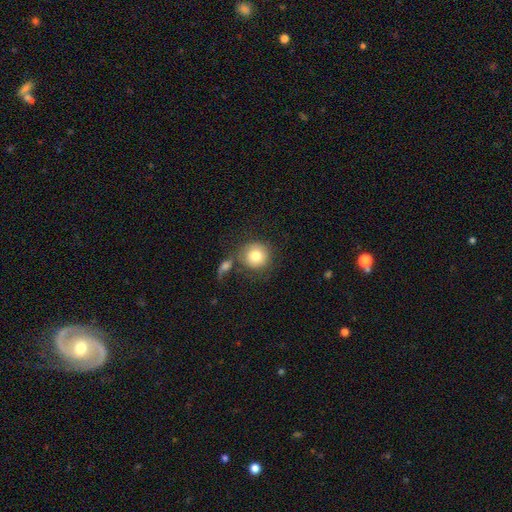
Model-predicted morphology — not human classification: smooth 81%, featured or disk 12%, star or artifact 8%. Down the decision tree: how rounded — round (92%); merging — none (62%).